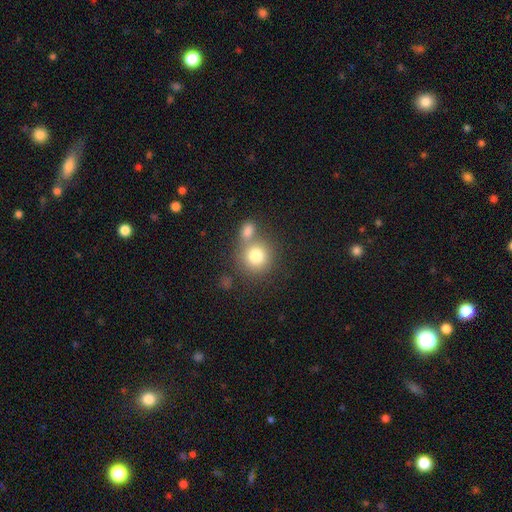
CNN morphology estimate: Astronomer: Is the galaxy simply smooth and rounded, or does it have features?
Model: smooth — 78%.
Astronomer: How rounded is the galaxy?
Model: round — 88%.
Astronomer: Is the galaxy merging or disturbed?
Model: none — 52% (runner-up: merger, 35%).